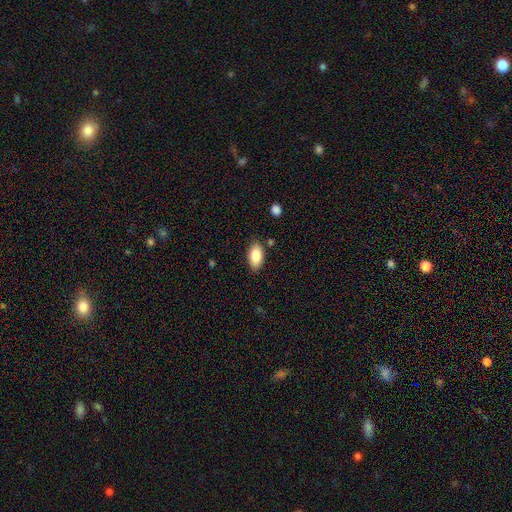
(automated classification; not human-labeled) smooth_or_featured: smooth (p=0.85) [alt: featured or disk p=0.08]
how_rounded: in between (p=0.93) [alt: round p=0.04]
merging: none (p=0.83) [alt: minor disturbance p=0.12]